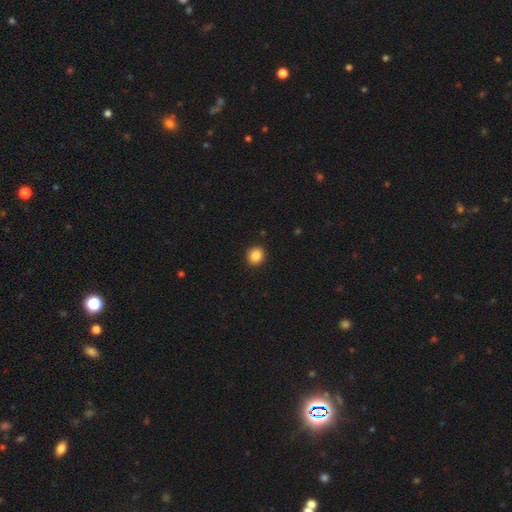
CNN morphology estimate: A smooth galaxy with no disk features (87%) that is round (81%).

Vote fractions:
- Smooth or featured? smooth: 87% / star or artifact: 9% / featured or disk: 3%
- How rounded? round: 81% / in between: 18% / cigar-shaped: 1%
- Merging? none: 91% / minor disturbance: 6% / major disturbance: 2% / merger: 1%